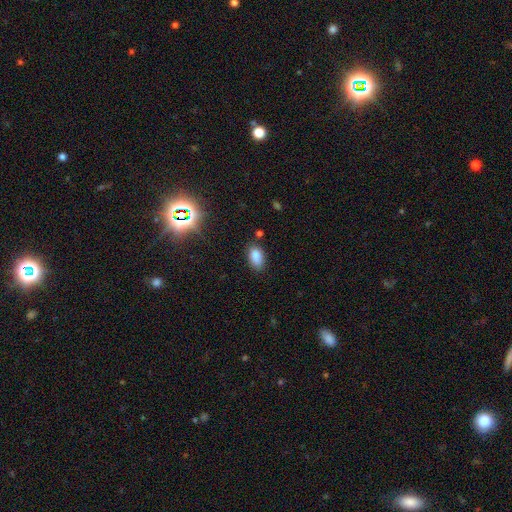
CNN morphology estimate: type=smooth (81%); roundness=in between (91%); merging=none (78%).